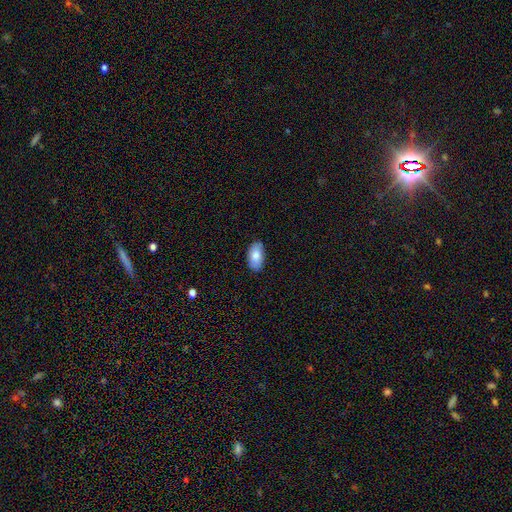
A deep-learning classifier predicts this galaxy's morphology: The model was most divided on "smooth or featured": smooth: 84%, featured or disk: 10%, star or artifact: 6%. More confident: how rounded — in between (95%); merging — none (86%).